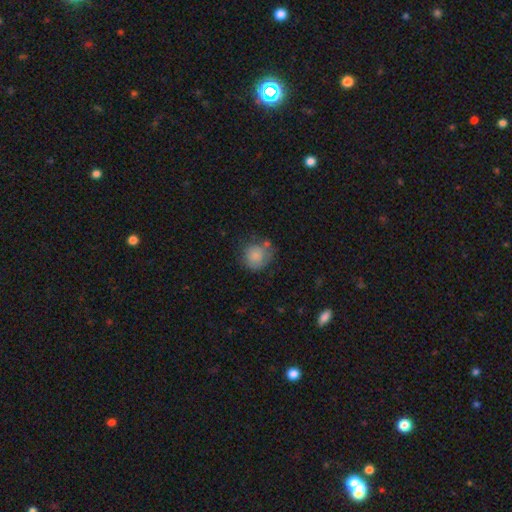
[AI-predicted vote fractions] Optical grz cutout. It shows a smooth galaxy with no disk features (82%) that is round (84%). Merging: none (55%).